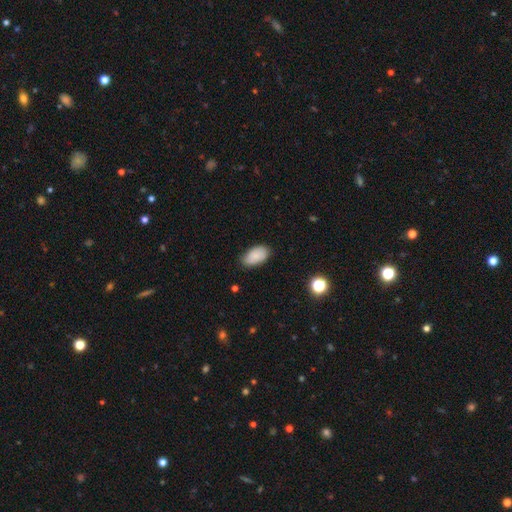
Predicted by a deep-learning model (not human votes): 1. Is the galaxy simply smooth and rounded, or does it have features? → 85% smooth, 8% featured or disk, 8% star or artifact.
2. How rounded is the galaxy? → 94% in between, 4% round, 2% cigar-shaped.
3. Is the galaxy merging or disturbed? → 78% none, 17% minor disturbance, 3% major disturbance, 1% merger.